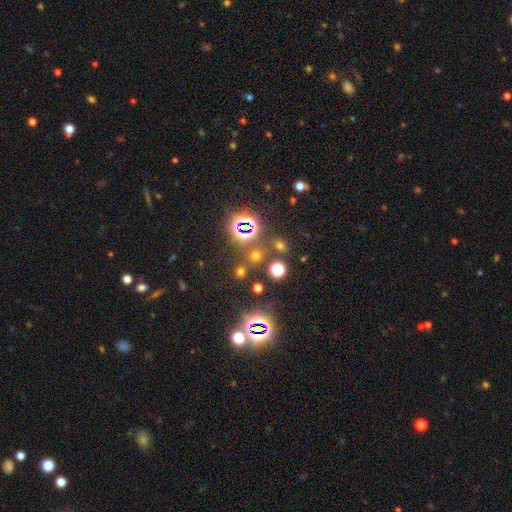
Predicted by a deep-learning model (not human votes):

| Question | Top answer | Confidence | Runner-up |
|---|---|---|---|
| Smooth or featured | smooth | 48% | star or artifact (44%) |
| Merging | none | 78% | merger (10%) |